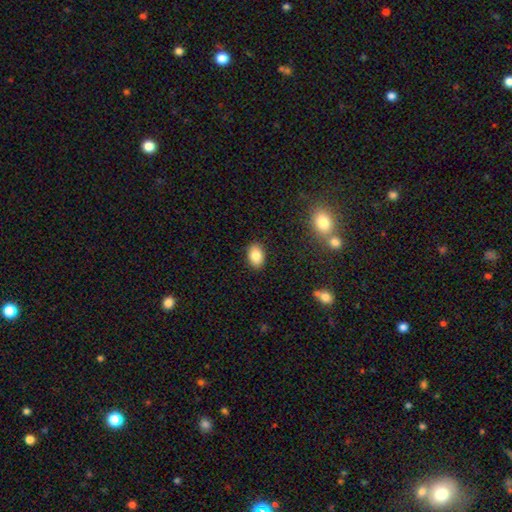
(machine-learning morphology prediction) This is clearly a smooth galaxy (85%). How rounded: clearly in between (85%). Merging: clearly none (88%).